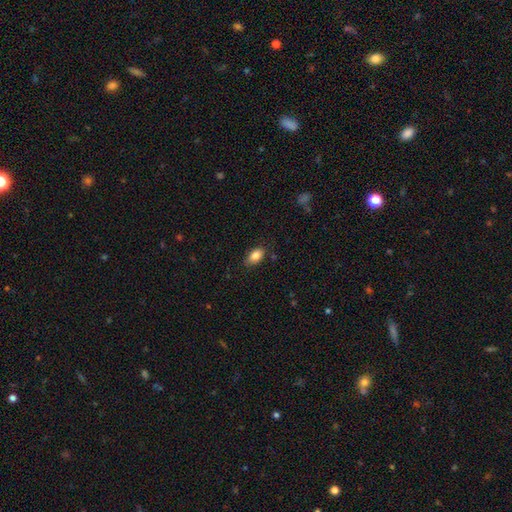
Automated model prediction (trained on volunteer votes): This is clearly a smooth galaxy (85%). How rounded: clearly in between (90%). Merging: clearly none (80%).